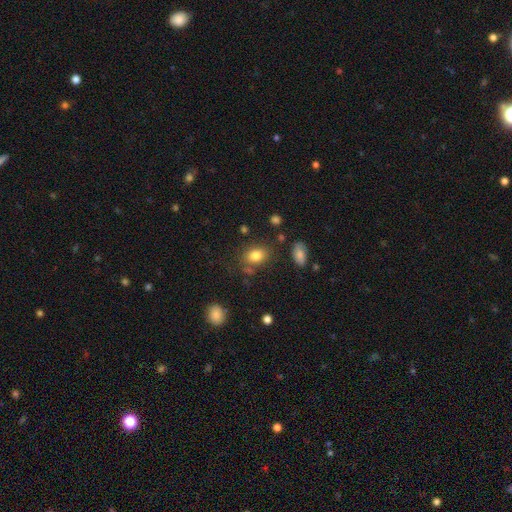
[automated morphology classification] Q: Smooth or featured?
A: smooth (81%); runner-up: star or artifact (11%)
Q: How rounded?
A: in between (67%); runner-up: round (32%)
Q: Merging?
A: none (74%); runner-up: minor disturbance (15%)